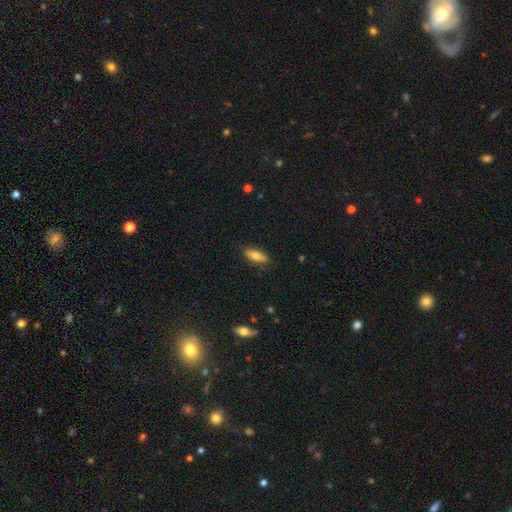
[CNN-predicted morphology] smooth 66%, featured or disk 27%, star or artifact 7%. Down the decision tree: how rounded — in between (65%); merging — none (81%).